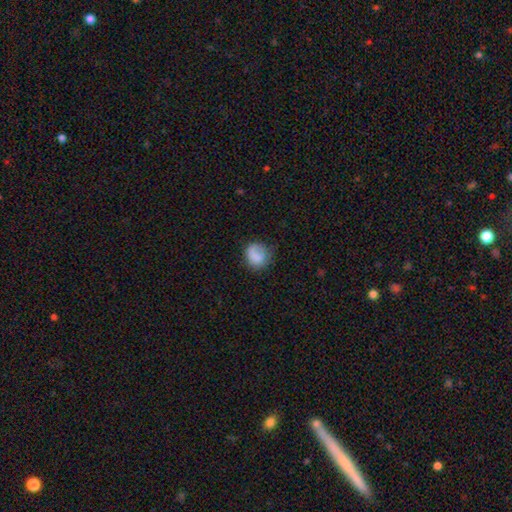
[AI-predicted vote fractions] smooth-or-featured: smooth: 78% | featured or disk: 13% | star or artifact: 8%
  how-rounded: round: 76% | in between: 23% | cigar-shaped: 1%
  merging: none: 59% | minor disturbance: 24% | major disturbance: 14% | merger: 2%